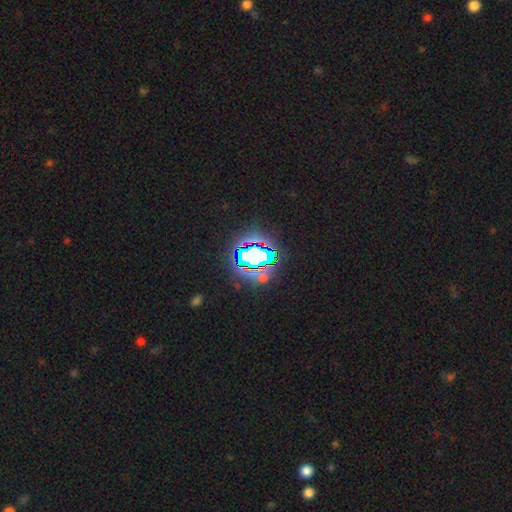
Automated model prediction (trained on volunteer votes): smooth-or-featured: star or artifact: 69% | smooth: 17% | featured or disk: 14%